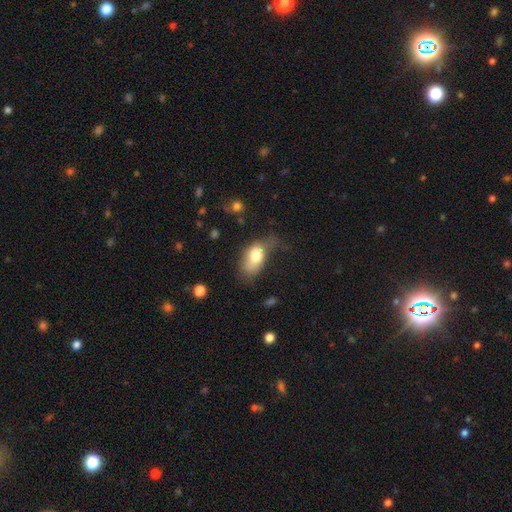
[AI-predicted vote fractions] Morphology: type=smooth (75%); roundness=in between (89%); merging=minor disturbance (35%, tied with none).